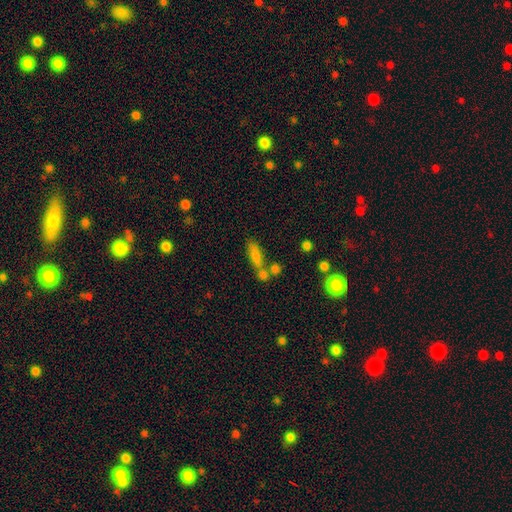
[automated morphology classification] Smooth or featured?
  - smooth: 72% *
  - featured or disk: 17%
  - star or artifact: 11%
How rounded?
  - cigar-shaped: 47% * (tied)
  - in between: 47% * (tied)
  - round: 5%
Merging?
  - none: 48% *
  - merger: 33%
  - minor disturbance: 13%
  - major disturbance: 6%